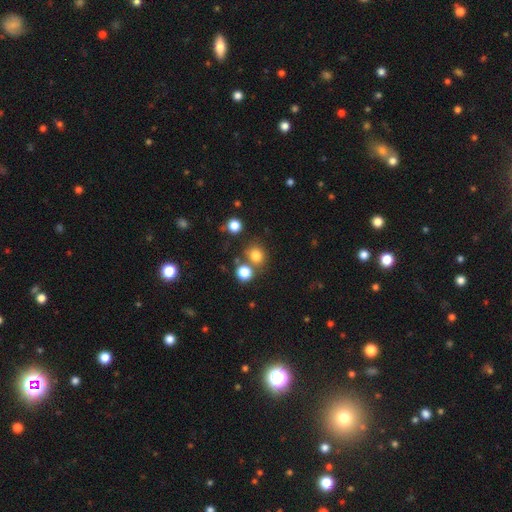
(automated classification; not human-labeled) This is likely a smooth galaxy (78%). How rounded: clearly round (80%). Merging: likely none (67%).